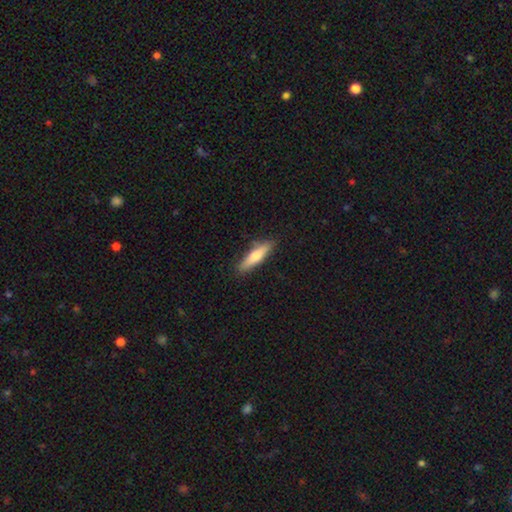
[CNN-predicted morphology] smooth-or-featured: smooth: 63% | featured or disk: 32% | star or artifact: 6%
  how-rounded: cigar-shaped: 73% | in between: 26% | round: 2%
  merging: none: 86% | minor disturbance: 11% | major disturbance: 2% | merger: 2%